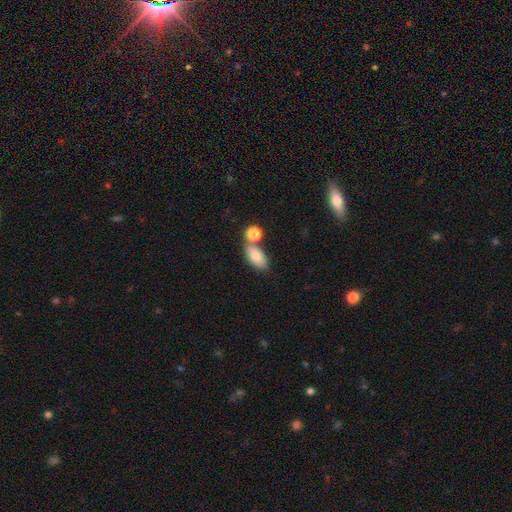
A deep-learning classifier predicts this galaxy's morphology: A smooth galaxy with no disk features (81%) that is in between round and cigar-shaped (87%). Merging: none (54%).